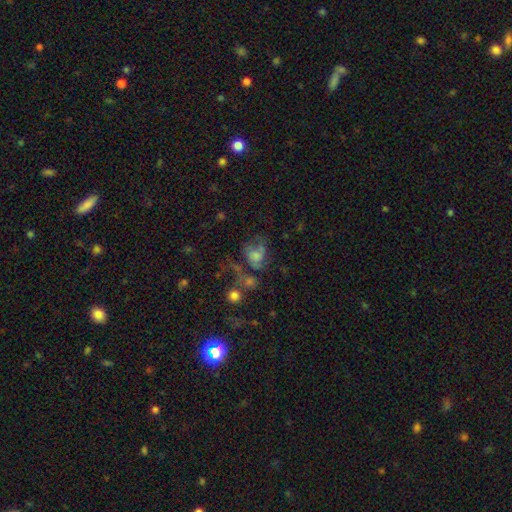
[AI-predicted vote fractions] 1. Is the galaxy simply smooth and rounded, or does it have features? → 43% featured or disk, 35% smooth, 22% star or artifact.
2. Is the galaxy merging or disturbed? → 37% major disturbance, 29% none, 17% merger, 17% minor disturbance.